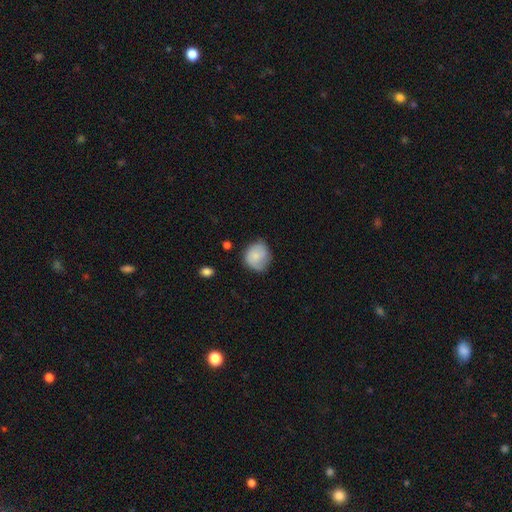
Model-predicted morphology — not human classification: Smooth or featured? Predicted: smooth (p=0.74). How rounded? Predicted: round (p=0.74). Merging? Predicted: none (p=0.61).